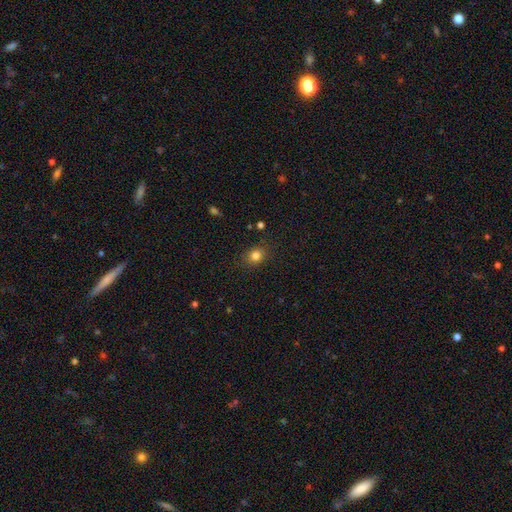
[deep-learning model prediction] This is clearly a smooth galaxy (82%). How rounded: likely round (61%). Merging: clearly none (84%).